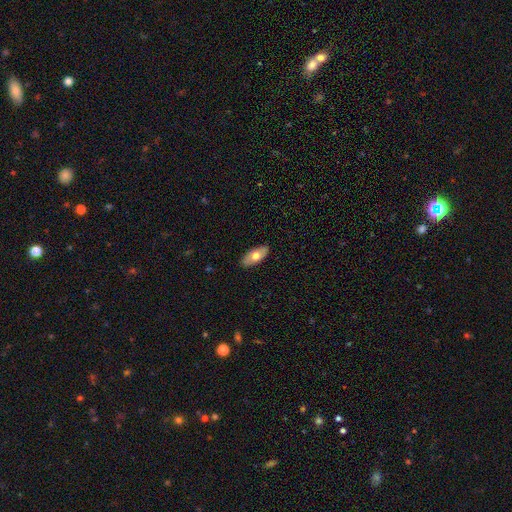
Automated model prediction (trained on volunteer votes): This is likely a smooth galaxy (66%). How rounded: clearly in between (90%). Merging: clearly none (88%).